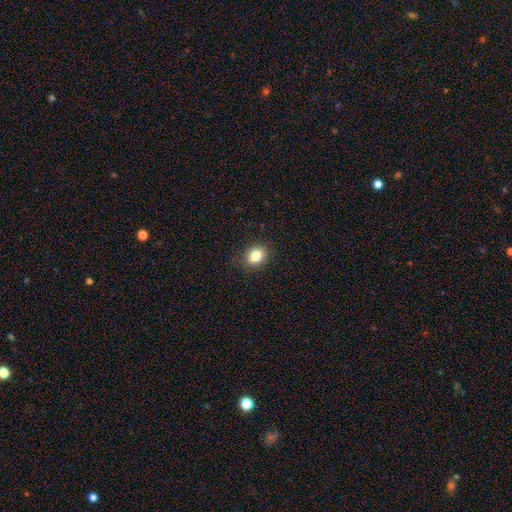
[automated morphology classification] smooth-or-featured: smooth: 82% | star or artifact: 10% | featured or disk: 7%
  how-rounded: in between: 53% | round: 46% | cigar-shaped: 1%
  merging: none: 87% | minor disturbance: 10% | major disturbance: 2% | merger: 1%